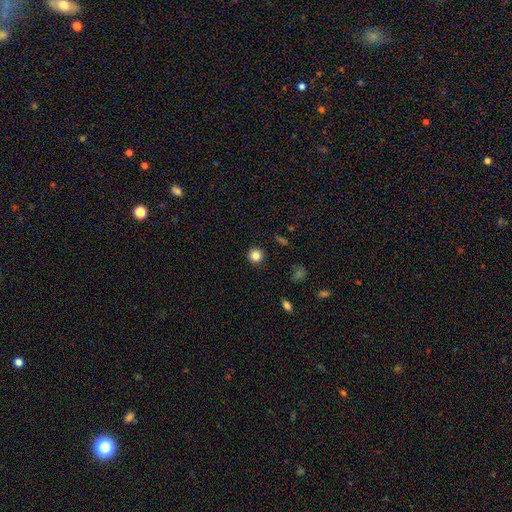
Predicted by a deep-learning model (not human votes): Smooth or featured?
  - smooth: 84% *
  - star or artifact: 11%
  - featured or disk: 4%
How rounded?
  - round: 95% *
  - in between: 4%
  - cigar-shaped: 1%
Merging?
  - none: 92% *
  - minor disturbance: 5%
  - major disturbance: 2%
  - merger: 1%